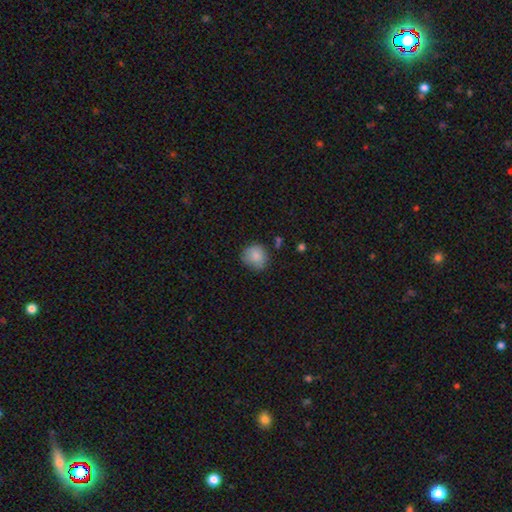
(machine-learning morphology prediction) Smooth or featured: smooth — 85% (star or artifact — 8%)
How rounded: round — 85% (in between — 15%)
Merging: none — 73% (minor disturbance — 20%)